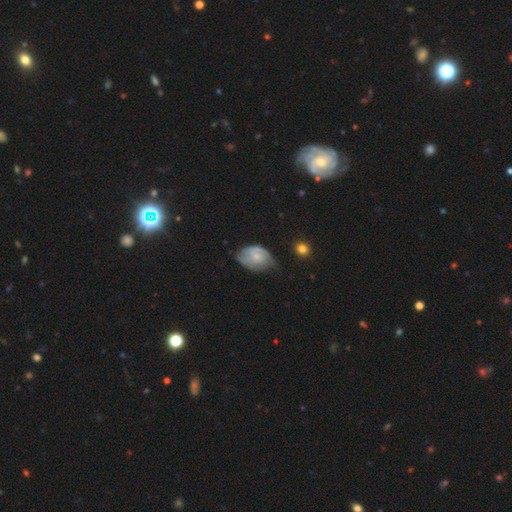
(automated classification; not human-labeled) Overall: smooth (49%; featured or disk 44%). Merging: minor disturbance (43%; none 39%).